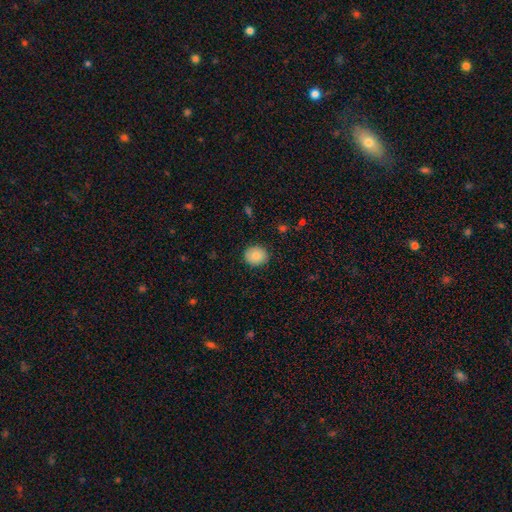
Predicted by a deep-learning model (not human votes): The model was most divided on "how rounded": round: 74%, in between: 26%, cigar-shaped: 1%. More confident: merging — none (88%); smooth or featured — smooth (86%).